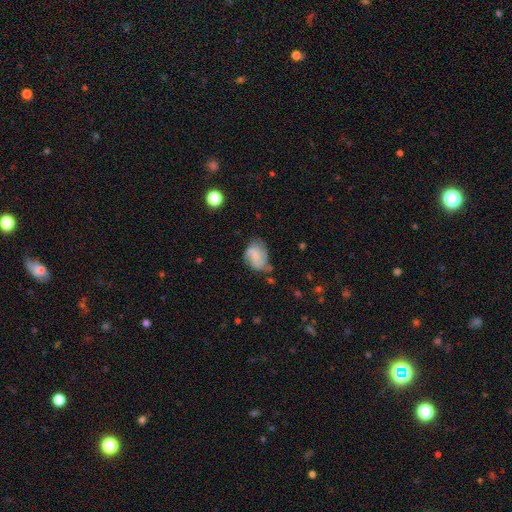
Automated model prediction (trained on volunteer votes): smooth-or-featured: featured or disk: 47% | smooth: 44% | star or artifact: 9%
  merging: none: 43% | minor disturbance: 32% | major disturbance: 20% | merger: 6%